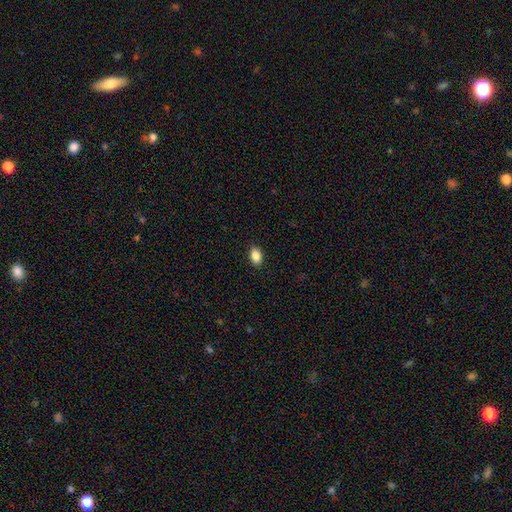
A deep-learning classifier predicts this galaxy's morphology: smooth-or-featured: smooth: 87% | star or artifact: 8% | featured or disk: 5%
  how-rounded: in between: 89% | round: 9% | cigar-shaped: 2%
  merging: none: 90% | minor disturbance: 8% | major disturbance: 2% | merger: 1%